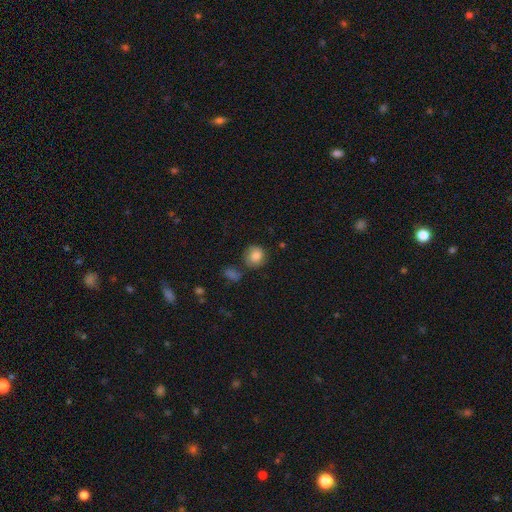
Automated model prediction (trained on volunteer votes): This is likely a smooth galaxy (79%). How rounded: clearly round (81%). Merging: likely none (64%).